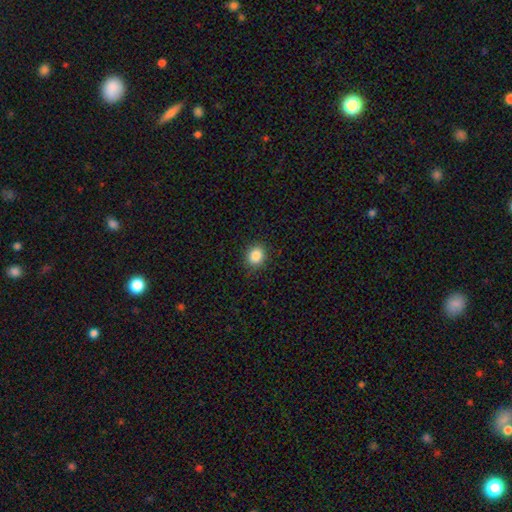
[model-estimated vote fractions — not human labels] smooth 86%, star or artifact 10%, featured or disk 4%. Down the decision tree: how rounded — round (75%); merging — none (89%).